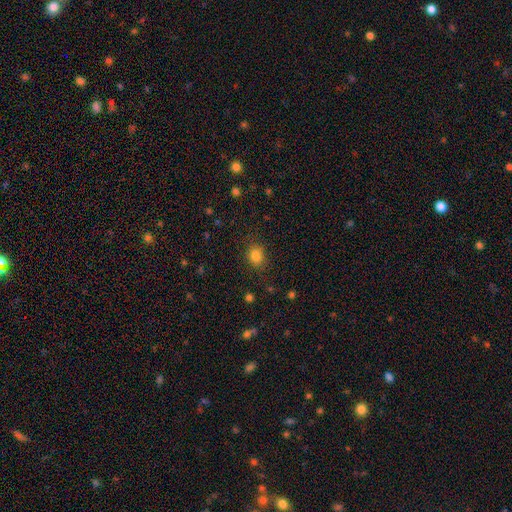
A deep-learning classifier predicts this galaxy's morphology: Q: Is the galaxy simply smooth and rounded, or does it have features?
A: smooth — 82%.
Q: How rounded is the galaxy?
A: round — 55%.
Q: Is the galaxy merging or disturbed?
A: none — 81%.